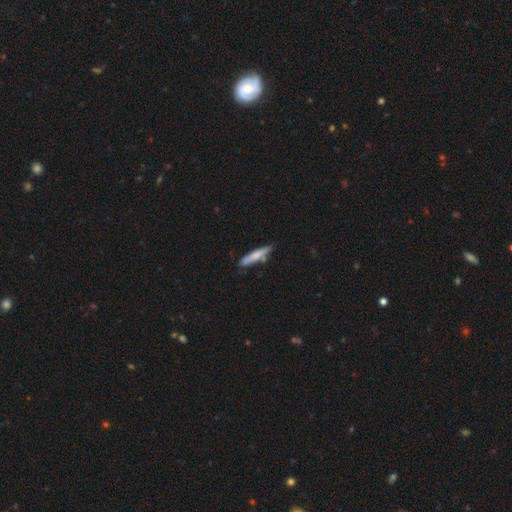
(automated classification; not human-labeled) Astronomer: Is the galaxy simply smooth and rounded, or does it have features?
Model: smooth — 69%.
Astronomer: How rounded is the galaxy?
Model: cigar-shaped — 88%.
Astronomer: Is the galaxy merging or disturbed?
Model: none — 74%.